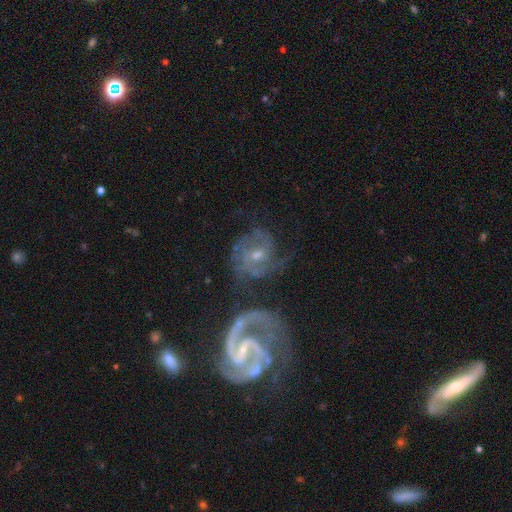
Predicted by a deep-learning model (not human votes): Smooth or featured: featured or disk — 80% (smooth — 11%)
Edge-on disk: no — 97% (yes — 3%)
Bar: no — 46% (weak — 41%)
Spiral arms: yes — 91% (no — 9%)
Spiral winding: medium — 45% (tight — 37%)
Spiral arm count: 2 — 46% (can't tell — 19%)
Bulge size: small — 52% (moderate — 41%)
Merging: none — 51% (major disturbance — 21%)